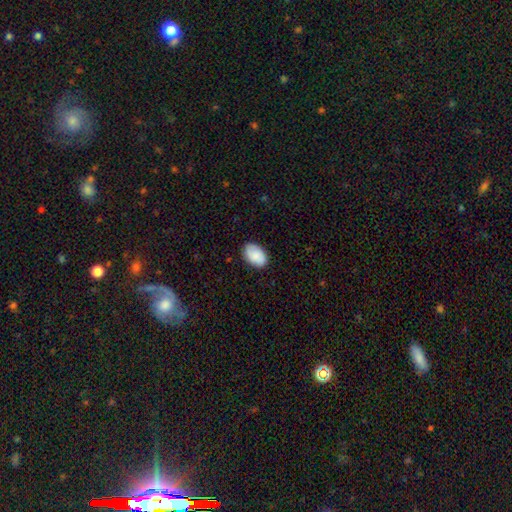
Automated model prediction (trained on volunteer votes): smooth 87%, featured or disk 7%, star or artifact 6%. Down the decision tree: how rounded — in between (90%); merging — none (84%).